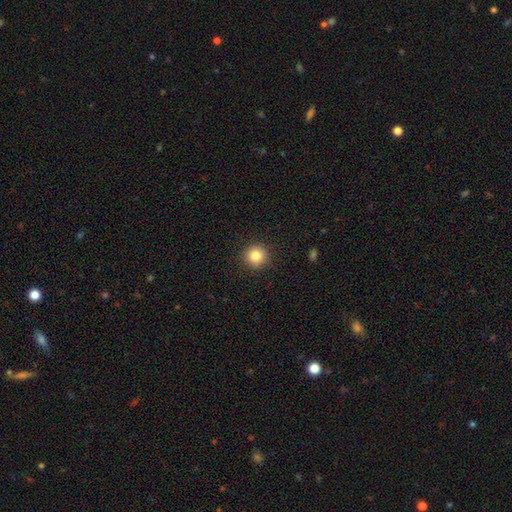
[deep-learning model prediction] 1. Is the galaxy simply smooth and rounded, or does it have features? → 84% smooth, 10% star or artifact, 6% featured or disk.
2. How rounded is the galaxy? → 94% round, 5% in between, 1% cigar-shaped.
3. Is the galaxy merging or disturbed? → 92% none, 5% minor disturbance, 2% major disturbance, 1% merger.